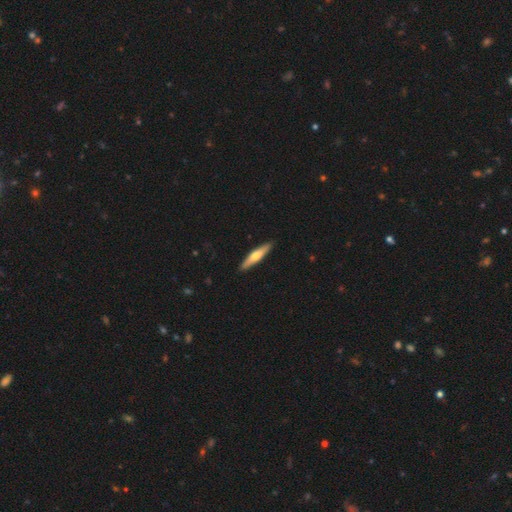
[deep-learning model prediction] smooth_or_featured: smooth (p=0.52) [alt: featured or disk p=0.43]
how_rounded: cigar-shaped (p=0.86) [alt: in between p=0.13]
merging: none (p=0.91) [alt: minor disturbance p=0.06]